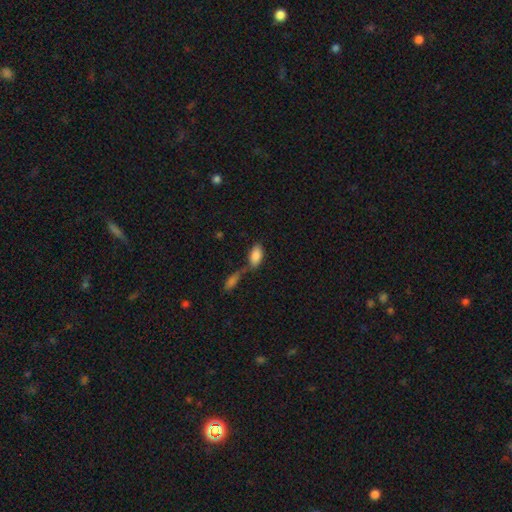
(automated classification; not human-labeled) This is clearly a smooth galaxy (85%). How rounded: clearly in between (93%). Merging: marginally none (42%).